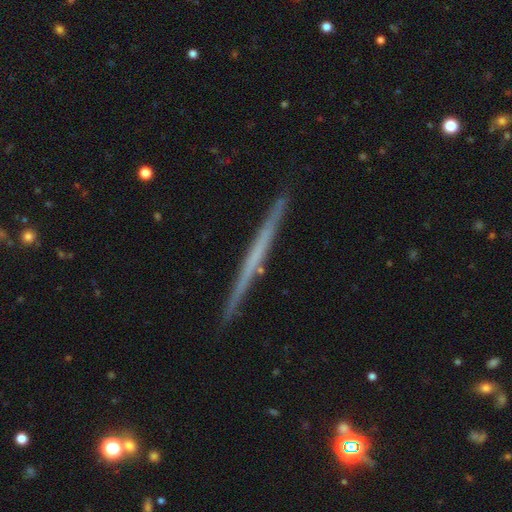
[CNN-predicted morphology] Smooth or featured? Predicted: featured or disk (p=0.64). Edge-on disk? Predicted: yes (p=0.98). Edge-on bulge? Predicted: none (p=0.90). Merging? Predicted: none (p=0.91).